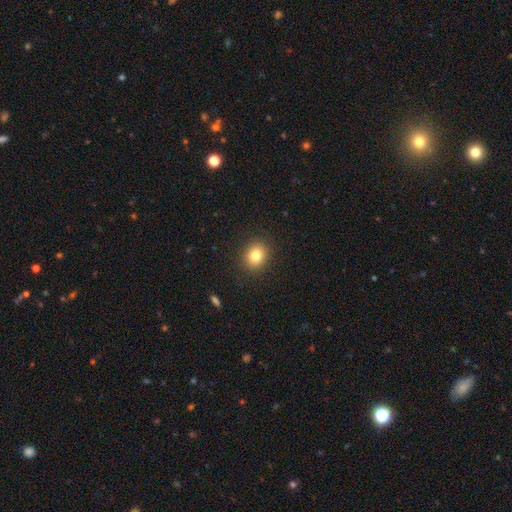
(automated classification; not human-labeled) Smooth or featured: smooth — 81% (star or artifact — 11%)
How rounded: round — 72% (in between — 27%)
Merging: none — 89% (minor disturbance — 7%)